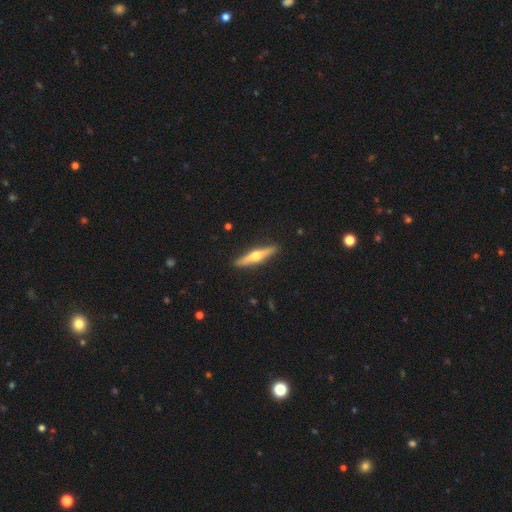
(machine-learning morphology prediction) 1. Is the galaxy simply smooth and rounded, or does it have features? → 67% featured or disk, 28% smooth, 5% star or artifact.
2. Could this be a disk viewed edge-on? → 97% yes, 3% no.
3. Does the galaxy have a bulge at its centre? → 95% rounded, 3% none, 2% boxy.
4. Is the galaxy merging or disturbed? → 92% none, 6% minor disturbance, 1% major disturbance, 1% merger.